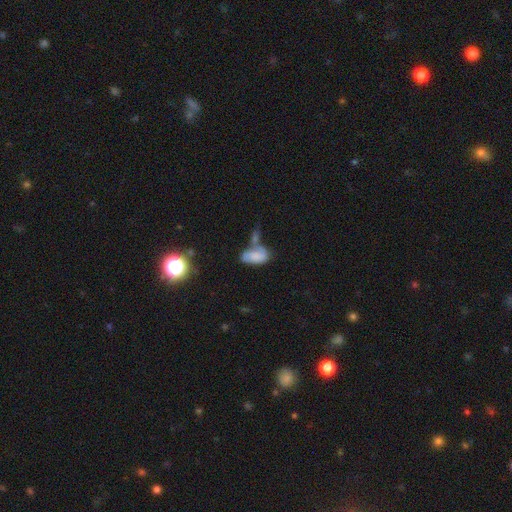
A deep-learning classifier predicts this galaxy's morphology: smooth 74%, featured or disk 16%, star or artifact 10%. Down the decision tree: how rounded — in between (93%); merging — merger (37%).